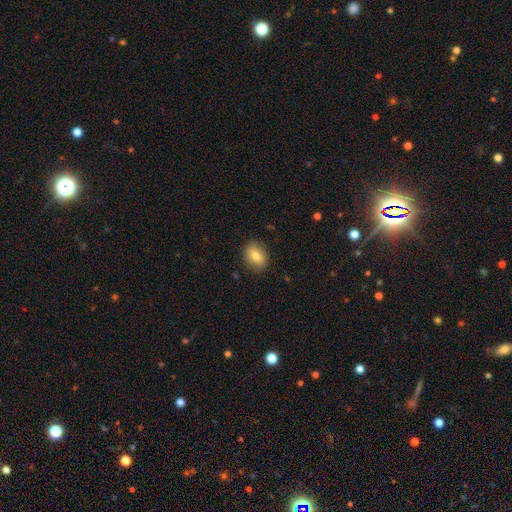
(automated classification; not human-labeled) smooth_or_featured: smooth (p=0.76) [alt: featured or disk p=0.16]
how_rounded: in between (p=0.70) [alt: round p=0.28]
merging: none (p=0.85) [alt: minor disturbance p=0.12]